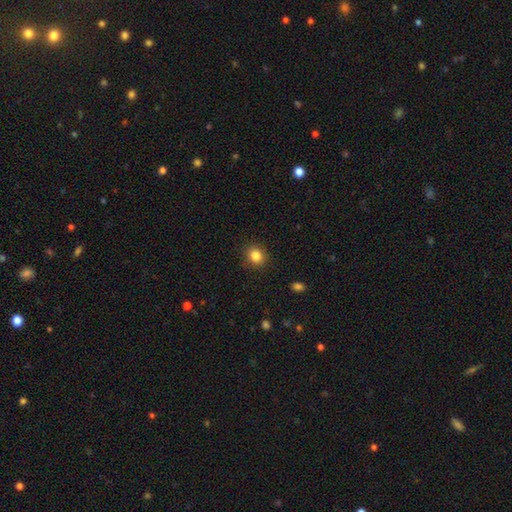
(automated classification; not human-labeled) smooth_or_featured: smooth (p=0.85) [alt: star or artifact p=0.11]
how_rounded: round (p=0.77) [alt: in between p=0.22]
merging: none (p=0.89) [alt: minor disturbance p=0.08]